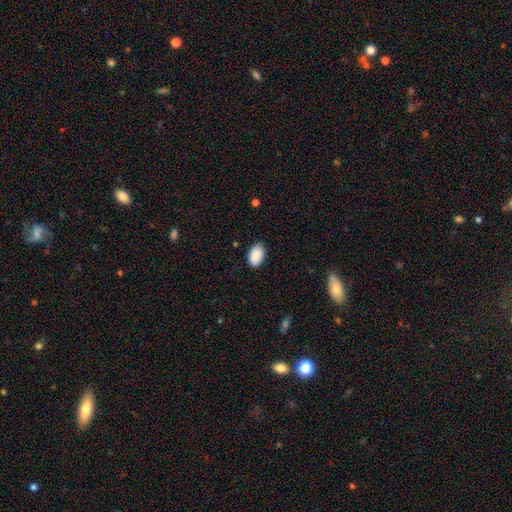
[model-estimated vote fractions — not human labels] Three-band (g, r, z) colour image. It shows a smooth galaxy with no disk features (90%) that is in between round and cigar-shaped (93%). Merging: none (82%).